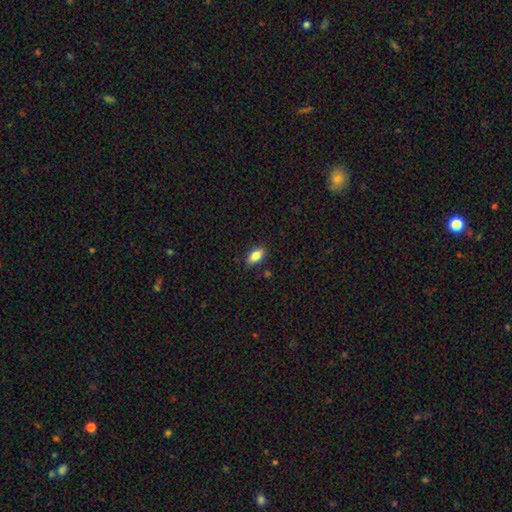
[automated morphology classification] type=smooth (82%); roundness=in between (88%); merging=none (85%).